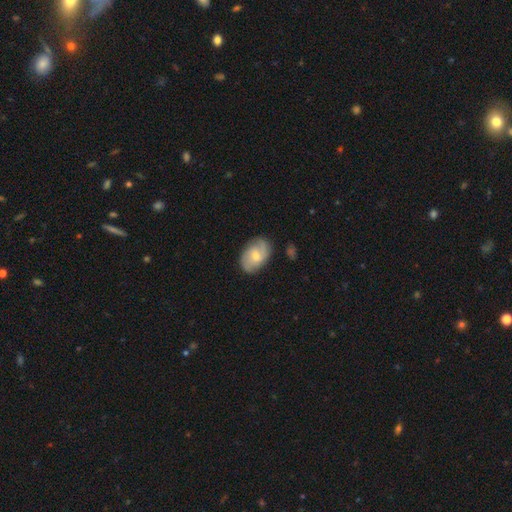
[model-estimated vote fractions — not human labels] The model was most divided on "bulge size": moderate: 48%, small: 46%, none: 3%, large: 2%, dominant: 1%. Remaining: edge-on disk — no (96%); spiral arms — yes (87%); merging — none (75%); smooth or featured — featured or disk (57%); bar — no (49%).